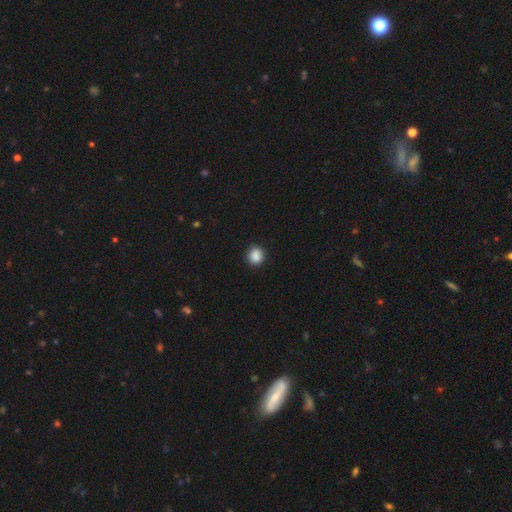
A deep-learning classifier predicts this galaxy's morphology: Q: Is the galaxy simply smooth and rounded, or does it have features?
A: smooth — 88%.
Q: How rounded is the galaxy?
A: round — 83%.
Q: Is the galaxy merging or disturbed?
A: none — 87%.